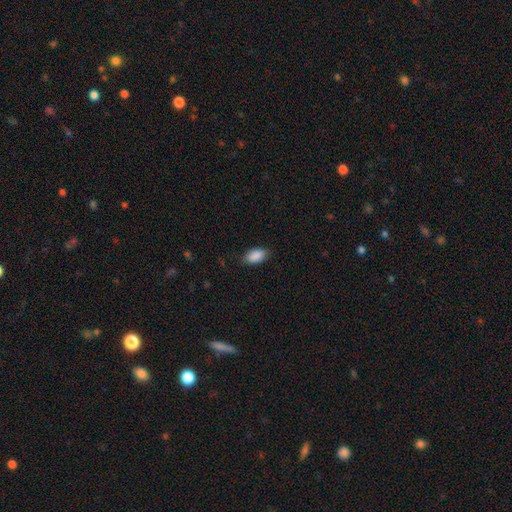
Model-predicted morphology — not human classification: Smooth or featured: smooth — 90% (star or artifact — 7%)
How rounded: in between — 94% (round — 4%)
Merging: none — 85% (minor disturbance — 12%)